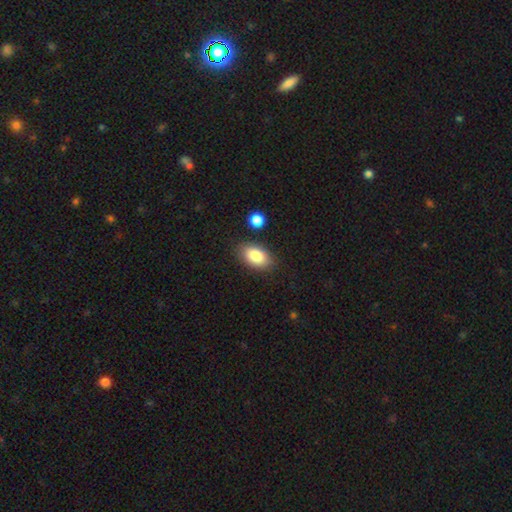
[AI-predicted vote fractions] Overall: smooth (86%). How rounded: in between (92%). Merging: none (83%).